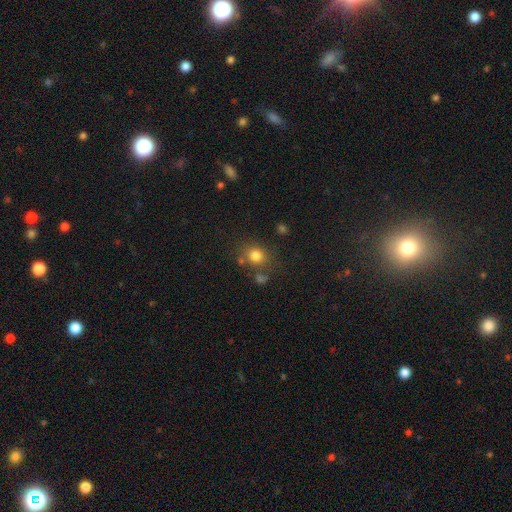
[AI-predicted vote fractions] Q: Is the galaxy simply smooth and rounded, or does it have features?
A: smooth — 79%.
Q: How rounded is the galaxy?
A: round — 78%.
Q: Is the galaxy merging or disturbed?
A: none — 70%.